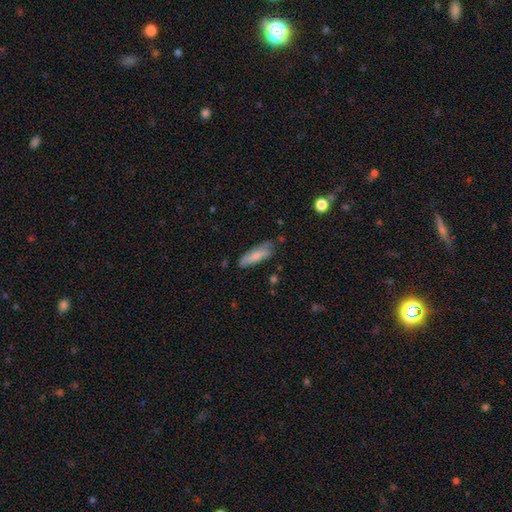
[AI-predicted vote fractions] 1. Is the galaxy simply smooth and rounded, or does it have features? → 77% smooth, 17% featured or disk, 6% star or artifact.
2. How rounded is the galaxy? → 54% cigar-shaped, 44% in between, 2% round.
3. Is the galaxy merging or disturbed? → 71% none, 22% minor disturbance, 4% major disturbance, 2% merger.